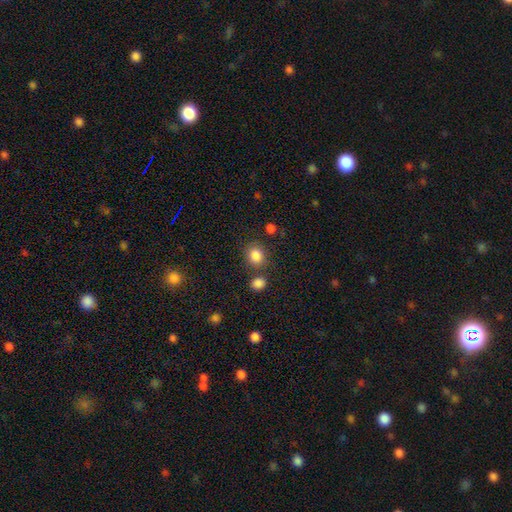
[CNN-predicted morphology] This appears to be a smooth galaxy with no disk features (85%) that is round (74%). Merging: none (74%).